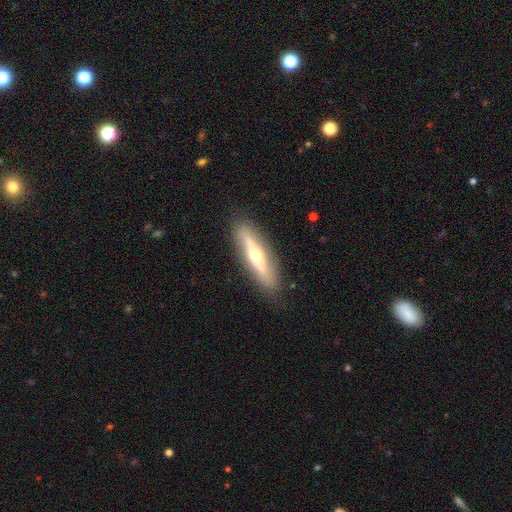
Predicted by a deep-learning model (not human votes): This appears to be a featured or disk galaxy (56%) viewed edge-on (73%). Merging: none (86%).